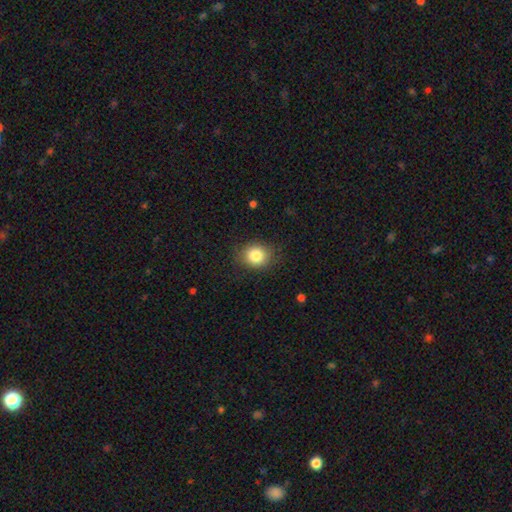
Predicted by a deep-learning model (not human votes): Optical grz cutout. It shows a smooth galaxy with no disk features (84%) that is round (70%). Merging: none (83%).